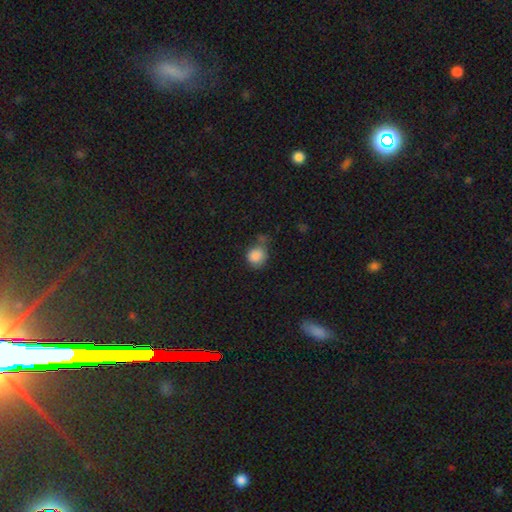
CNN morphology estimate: The model was most divided on "merging": none: 52%, minor disturbance: 26%, merger: 12%, major disturbance: 9%. More confident: smooth or featured — smooth (86%); how rounded — round (82%).